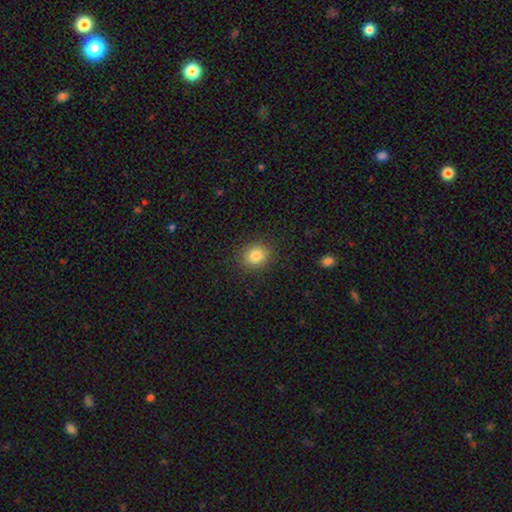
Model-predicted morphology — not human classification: Overall: smooth (83%). How rounded: round (70%). Merging: none (89%).